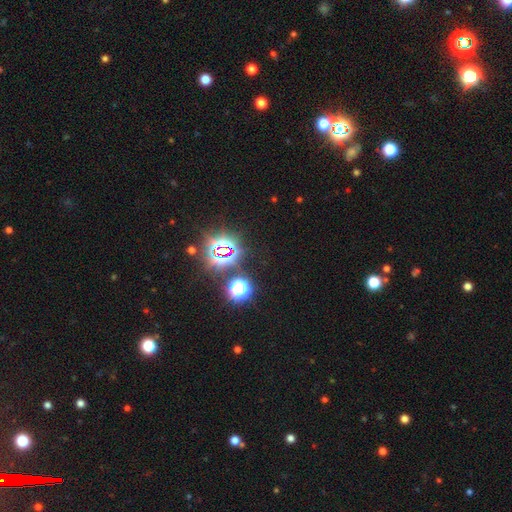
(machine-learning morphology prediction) star or artifact 79%, smooth 14%, featured or disk 7%.